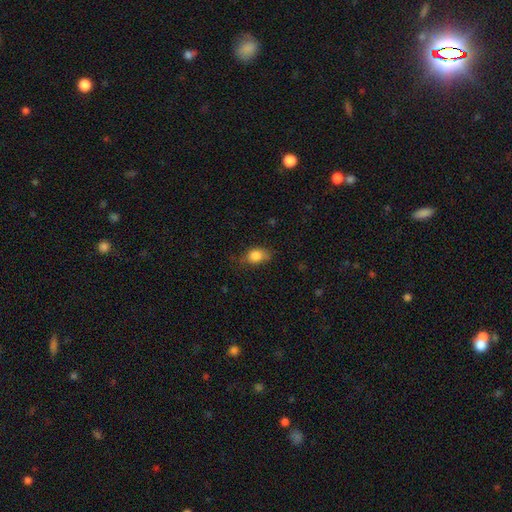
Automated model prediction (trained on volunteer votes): smooth-or-featured: smooth: 83% | star or artifact: 9% | featured or disk: 8%
  how-rounded: in between: 76% | round: 21% | cigar-shaped: 3%
  merging: none: 61% | minor disturbance: 29% | major disturbance: 8% | merger: 2%